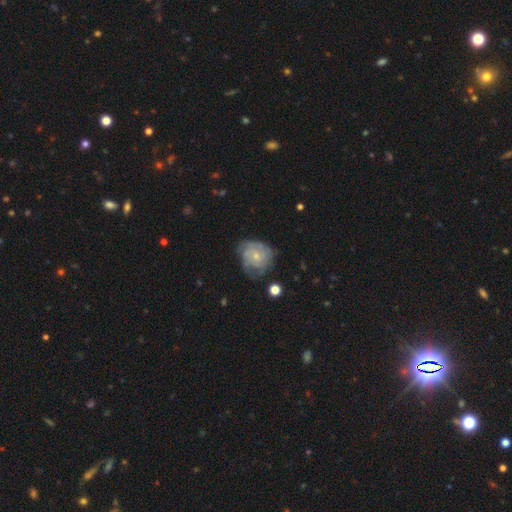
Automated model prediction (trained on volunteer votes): Smooth or featured? Predicted: featured or disk (p=0.55). Edge-on disk? Predicted: no (p=0.97). Bar? Predicted: no (p=0.81). Spiral arms? Predicted: yes (p=0.71). Bulge size? Predicted: small (p=0.68). Merging? Predicted: none (p=0.53).